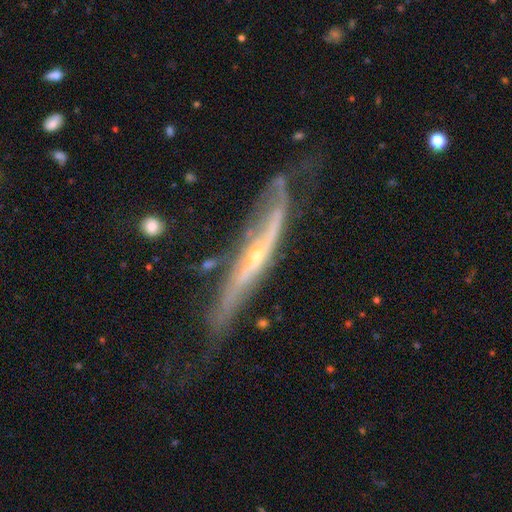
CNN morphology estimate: A featured or disk galaxy (81%) viewed edge-on (68%) with a rounded central bulge (63%).

Vote fractions:
- Smooth or featured? featured or disk: 81% / smooth: 12% / star or artifact: 7%
- Edge-on disk? yes: 68% / no: 32%
- Edge-on bulge? rounded: 63% / none: 33% / boxy: 3%
- Merging? none: 51% / minor disturbance: 30% / major disturbance: 16% / merger: 4%